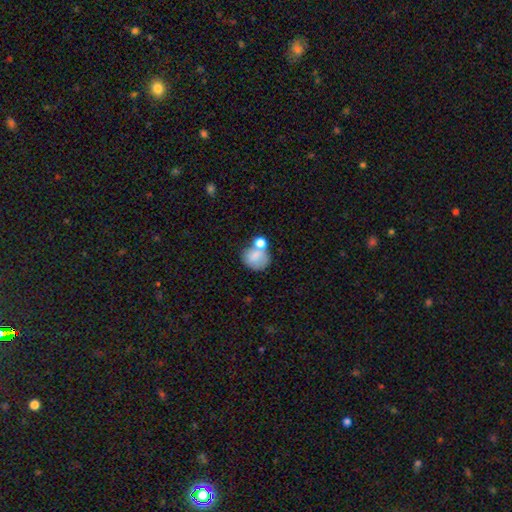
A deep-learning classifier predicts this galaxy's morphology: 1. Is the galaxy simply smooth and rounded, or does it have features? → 76% smooth, 15% featured or disk, 9% star or artifact.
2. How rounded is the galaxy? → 67% round, 32% in between, 1% cigar-shaped.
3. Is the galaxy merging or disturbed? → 39% merger, 37% none, 15% minor disturbance, 9% major disturbance.